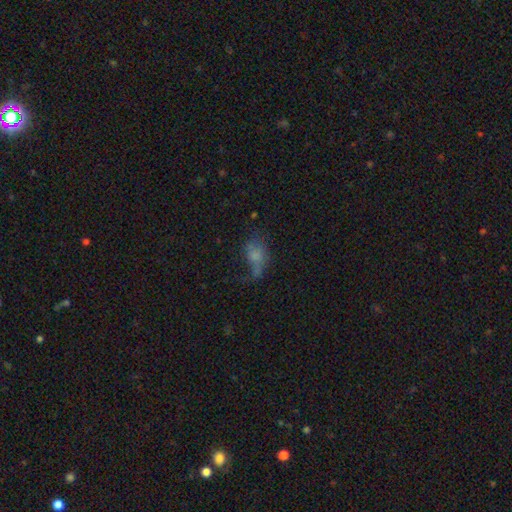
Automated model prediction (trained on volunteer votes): A smooth galaxy with no disk features (53%) that is in between round and cigar-shaped (81%).

Vote fractions:
- Smooth or featured? smooth: 53% / featured or disk: 30% / star or artifact: 16%
- How rounded? in between: 81% / round: 16% / cigar-shaped: 3%
- Merging? major disturbance: 41% / none: 29% / minor disturbance: 23% / merger: 8%